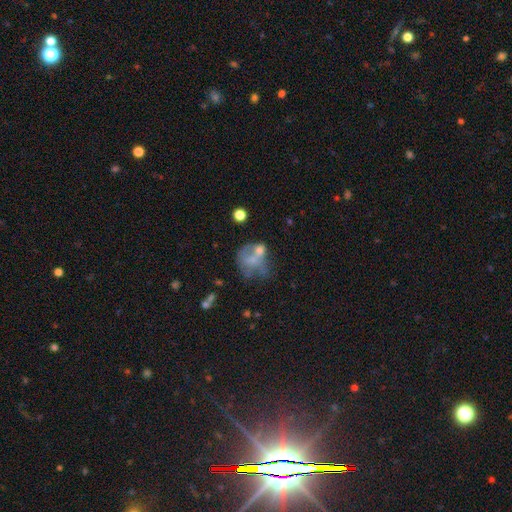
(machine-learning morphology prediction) The model was most divided on "merging": major disturbance: 30%, merger: 26%, none: 26%, minor disturbance: 18%. Remaining: smooth or featured — smooth (46%).